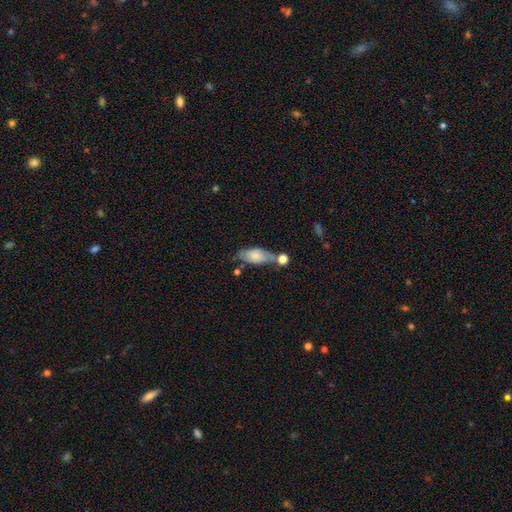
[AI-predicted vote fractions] Smooth or featured?
  - smooth: 67% *
  - featured or disk: 26%
  - star or artifact: 7%
How rounded?
  - in between: 82% *
  - cigar-shaped: 14%
  - round: 4%
Merging?
  - none: 47% *
  - minor disturbance: 23%
  - merger: 22%
  - major disturbance: 9%